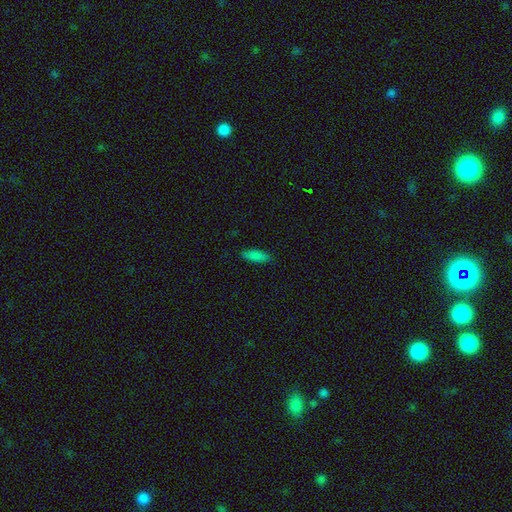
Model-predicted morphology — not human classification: Smooth or featured?
  - smooth: 85% *
  - star or artifact: 9%
  - featured or disk: 6%
How rounded?
  - in between: 66% *
  - cigar-shaped: 32%
  - round: 2%
Merging?
  - none: 86% *
  - minor disturbance: 11%
  - major disturbance: 2%
  - merger: 1%